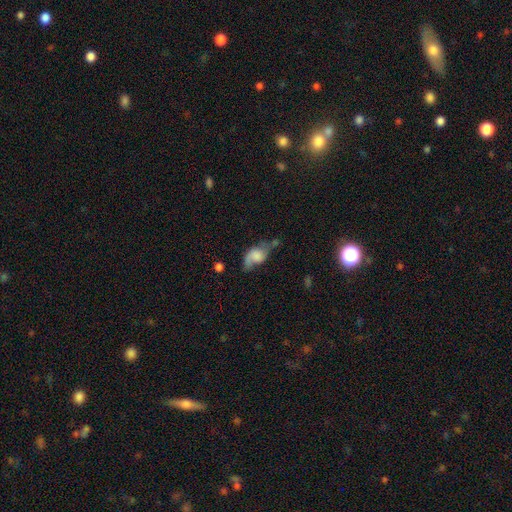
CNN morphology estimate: A smooth galaxy with no disk features (47%).

Vote fractions:
- Smooth or featured? smooth: 47% / featured or disk: 43% / star or artifact: 10%
- Merging? none: 32% / minor disturbance: 31% / major disturbance: 26% / merger: 12%